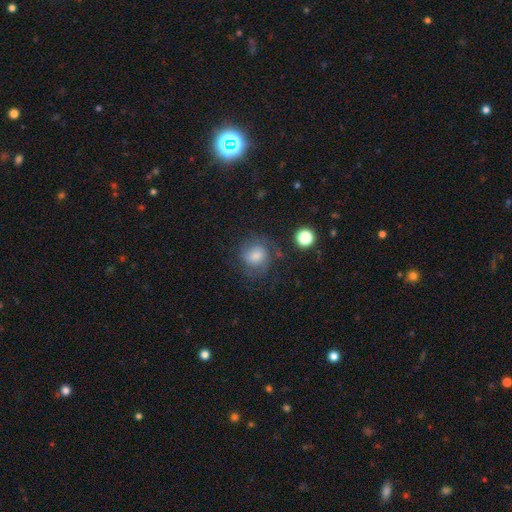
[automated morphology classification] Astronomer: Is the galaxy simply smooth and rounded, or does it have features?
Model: smooth — 46% (runner-up: featured or disk, 40%).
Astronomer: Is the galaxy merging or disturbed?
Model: none — 67%.